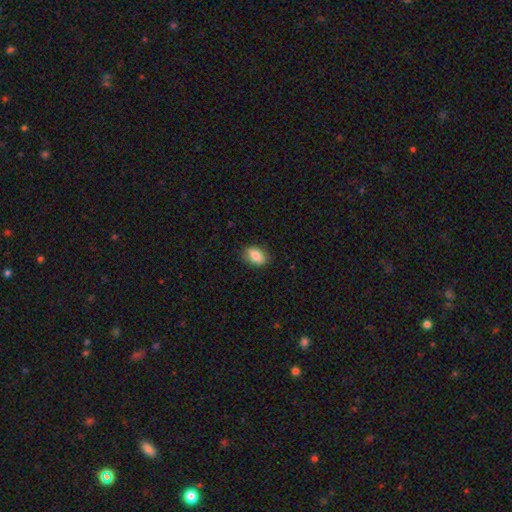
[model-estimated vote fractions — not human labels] smooth-or-featured: smooth: 83% | featured or disk: 10% | star or artifact: 7%
  how-rounded: in between: 84% | round: 13% | cigar-shaped: 2%
  merging: none: 83% | minor disturbance: 13% | major disturbance: 3% | merger: 1%